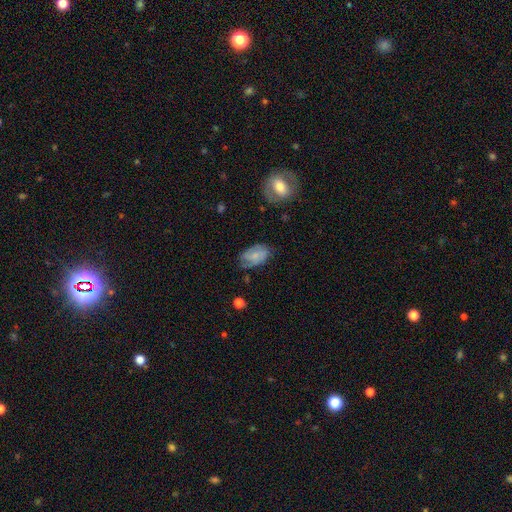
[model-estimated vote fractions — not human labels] smooth 54%, featured or disk 38%, star or artifact 8%. Down the decision tree: how rounded — in between (91%); merging — none (62%).